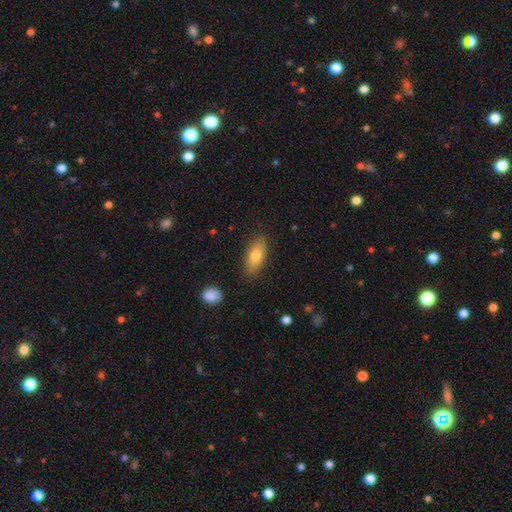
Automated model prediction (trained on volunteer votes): Smooth or featured: smooth — 76% (featured or disk — 18%)
How rounded: in between — 80% (cigar-shaped — 16%)
Merging: none — 84% (minor disturbance — 12%)